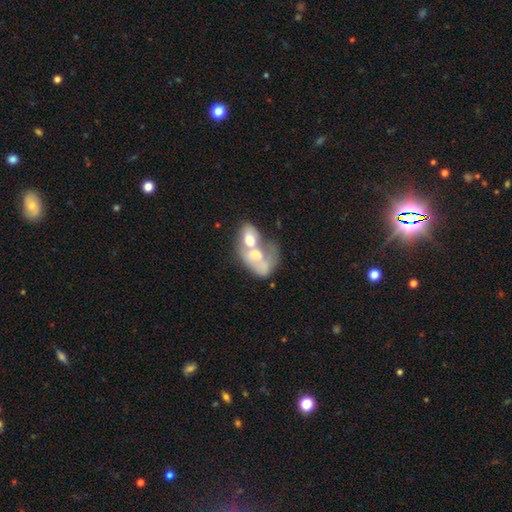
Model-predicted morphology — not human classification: This appears to be a smooth galaxy with no disk features (50%) that is in between round and cigar-shaped (81%). Merging: merger (76%).